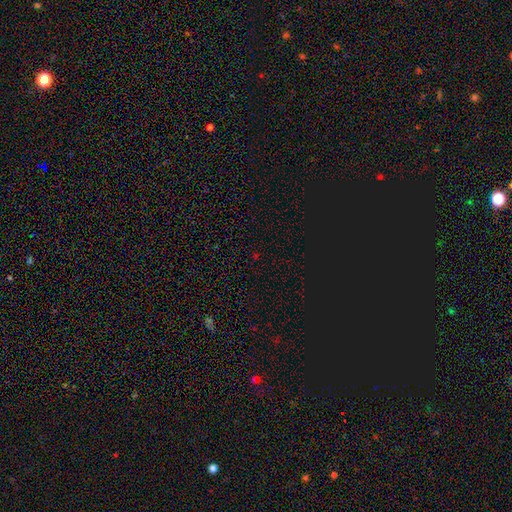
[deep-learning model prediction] Smooth or featured: star or artifact — 70% (smooth — 24%)